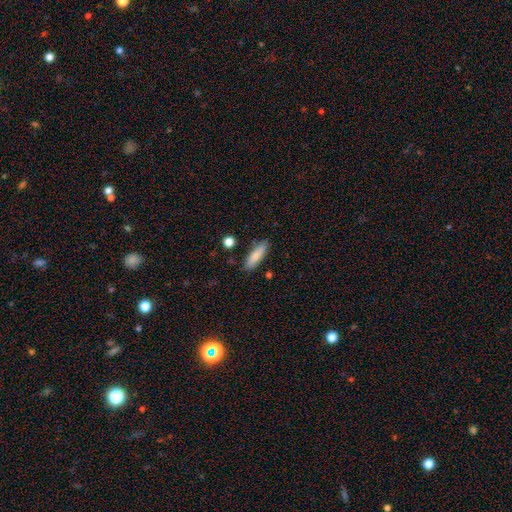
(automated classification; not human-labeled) This appears to be a smooth galaxy with no disk features (80%) that is cigar-shaped (55%). Merging: none (84%).